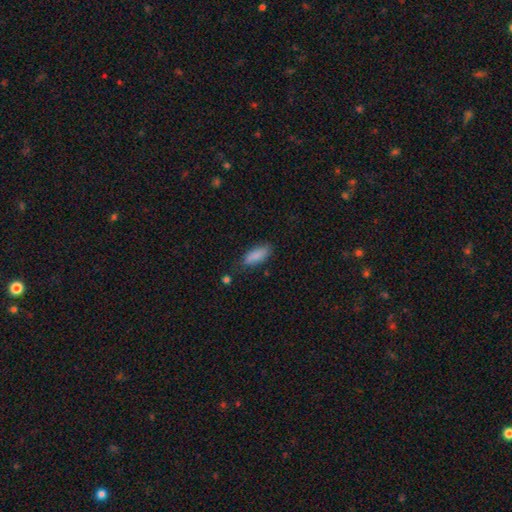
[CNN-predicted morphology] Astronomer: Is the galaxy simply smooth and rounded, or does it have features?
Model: smooth — 87%.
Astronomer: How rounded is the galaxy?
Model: in between — 78%.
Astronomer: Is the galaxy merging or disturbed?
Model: none — 74%.